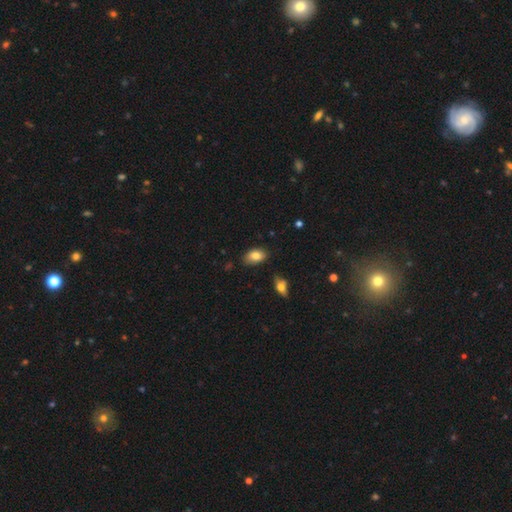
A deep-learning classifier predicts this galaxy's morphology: This appears to be a smooth galaxy with no disk features (82%) that is in between round and cigar-shaped (90%). Merging: none (77%).